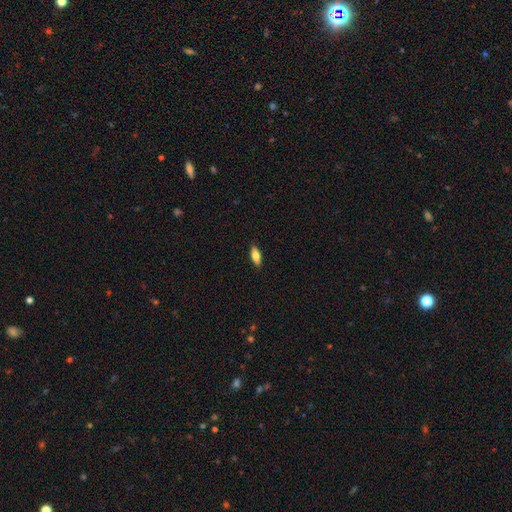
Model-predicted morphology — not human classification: smooth_or_featured: smooth (p=0.73) [alt: featured or disk p=0.20]
how_rounded: in between (p=0.73) [alt: cigar-shaped p=0.24]
merging: none (p=0.89) [alt: minor disturbance p=0.08]